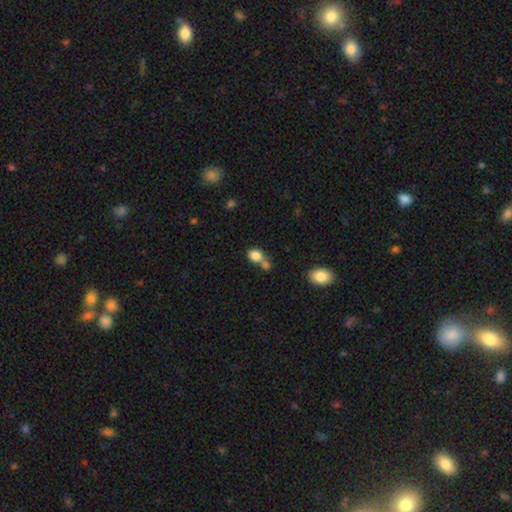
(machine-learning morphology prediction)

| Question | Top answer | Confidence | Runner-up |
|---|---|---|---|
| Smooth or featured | smooth | 83% | star or artifact (10%) |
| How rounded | in between | 50% | round (49%) |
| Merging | none | 43% | merger (42%) |